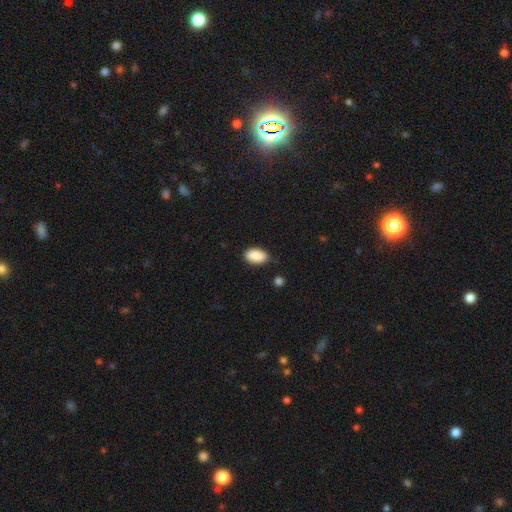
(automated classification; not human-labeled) Morphology: type=smooth (89%); roundness=in between (93%); merging=none (83%).